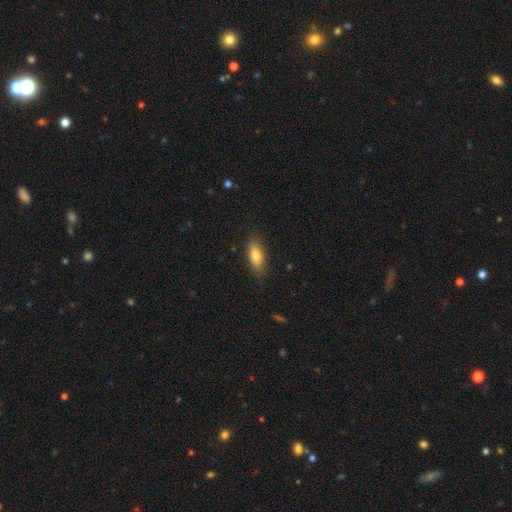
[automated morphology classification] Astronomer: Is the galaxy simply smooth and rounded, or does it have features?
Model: smooth — 78%.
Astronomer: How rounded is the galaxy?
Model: in between — 74%.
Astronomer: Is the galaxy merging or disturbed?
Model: none — 84%.